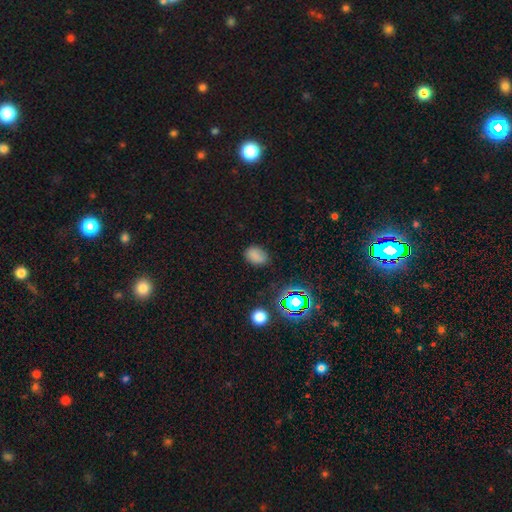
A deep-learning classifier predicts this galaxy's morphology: A smooth galaxy with no disk features (76%) that is in between round and cigar-shaped (78%). Merging: none (81%).